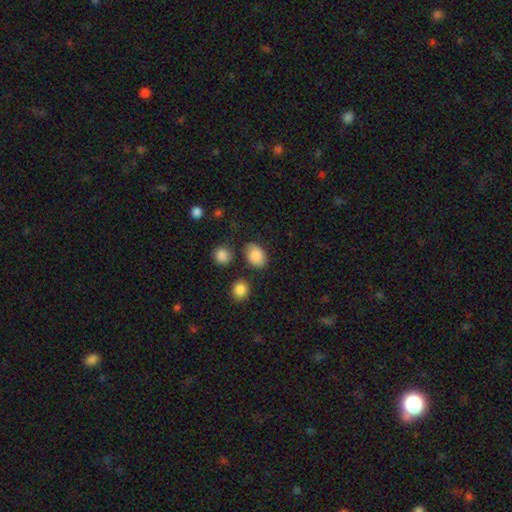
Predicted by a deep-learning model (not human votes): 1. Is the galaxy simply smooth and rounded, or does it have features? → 86% smooth, 8% star or artifact, 5% featured or disk.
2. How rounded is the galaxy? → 74% in between, 25% round, 1% cigar-shaped.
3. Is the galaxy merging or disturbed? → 75% none, 16% minor disturbance, 6% merger, 4% major disturbance.